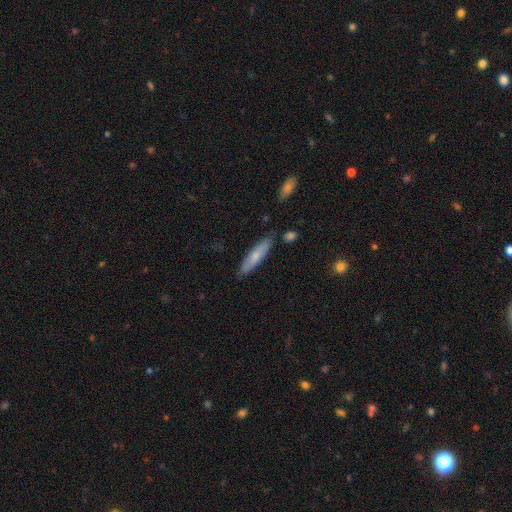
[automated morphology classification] smooth-or-featured: smooth: 67% | featured or disk: 28% | star or artifact: 6%
  how-rounded: cigar-shaped: 77% | in between: 21% | round: 2%
  merging: none: 80% | minor disturbance: 14% | merger: 4% | major disturbance: 2%